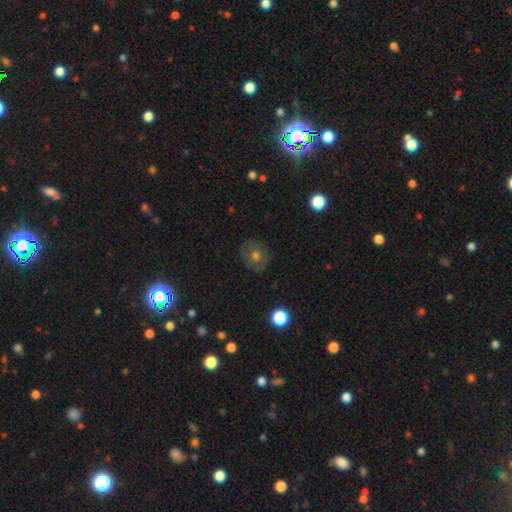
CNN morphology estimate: Smooth or featured?
  - smooth: 51% *
  - featured or disk: 35%
  - star or artifact: 14%
How rounded?
  - round: 79% *
  - in between: 20%
  - cigar-shaped: 1%
Merging?
  - none: 82% *
  - minor disturbance: 13%
  - major disturbance: 4%
  - merger: 1%